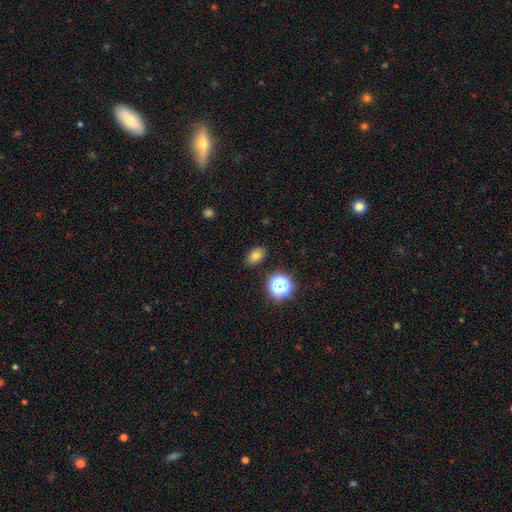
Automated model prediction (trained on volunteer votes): The model was most divided on "smooth or featured": smooth: 72%, star or artifact: 17%, featured or disk: 11%. More confident: merging — none (86%); how rounded — in between (80%).